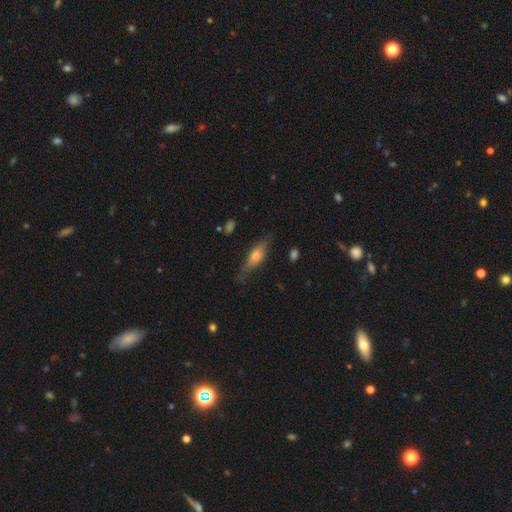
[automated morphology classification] Overall: smooth (57%; featured or disk 36%). How rounded: in between (50%; cigar-shaped 48%). Merging: none (69%).